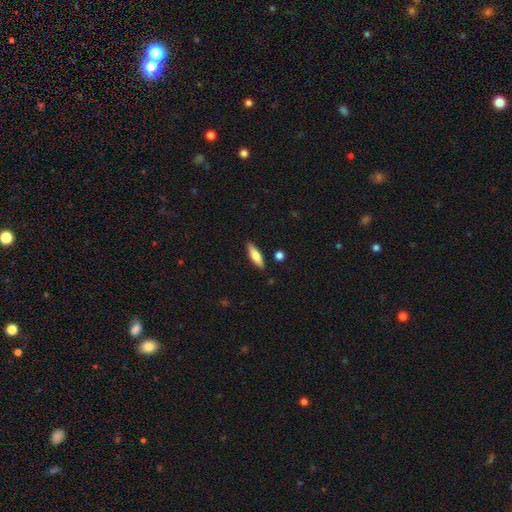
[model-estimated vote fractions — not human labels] smooth-or-featured: smooth: 69% | featured or disk: 25% | star or artifact: 6%
  how-rounded: cigar-shaped: 57% | in between: 41% | round: 2%
  merging: none: 86% | minor disturbance: 9% | merger: 3% | major disturbance: 2%